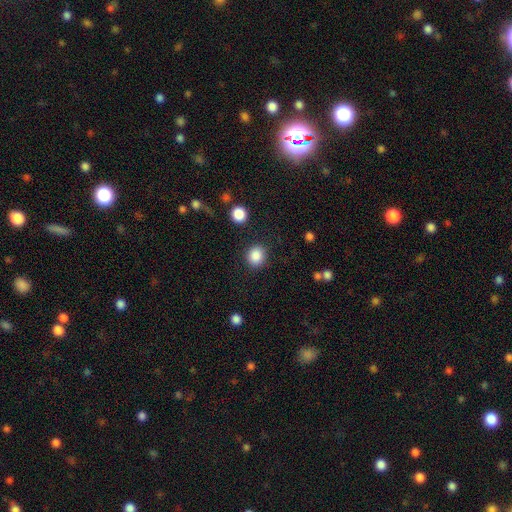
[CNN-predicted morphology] smooth_or_featured: smooth (p=0.87) [alt: star or artifact p=0.09]
how_rounded: round (p=0.82) [alt: in between p=0.17]
merging: none (p=0.88) [alt: minor disturbance p=0.07]